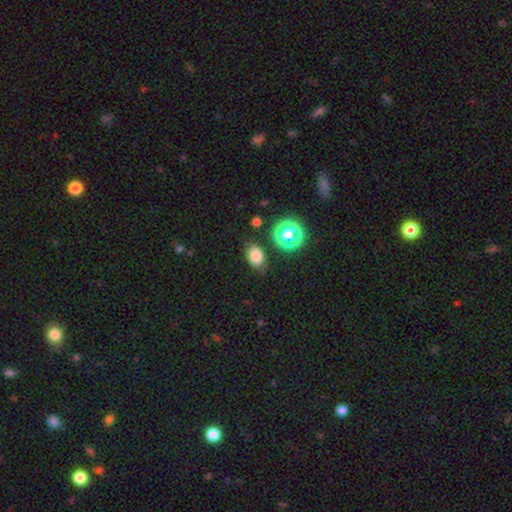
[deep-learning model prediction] This is likely a smooth galaxy (75%). How rounded: likely in between (77%). Merging: clearly none (80%).